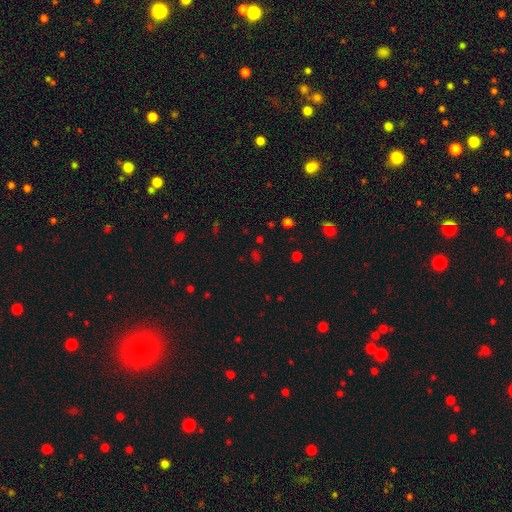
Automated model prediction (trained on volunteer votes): smooth-or-featured: star or artifact: 51% | smooth: 41% | featured or disk: 8%